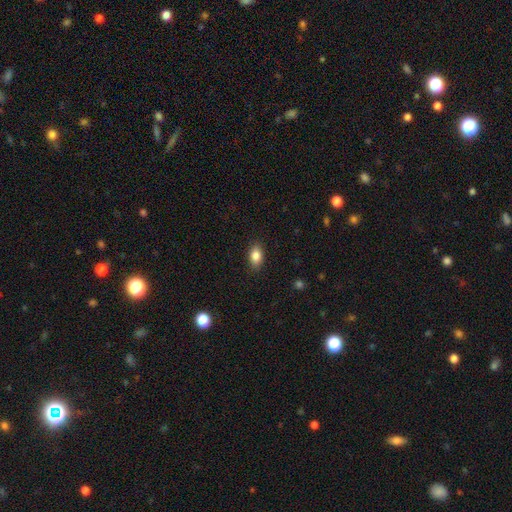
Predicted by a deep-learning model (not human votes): A smooth galaxy with no disk features (85%) that is in between round and cigar-shaped (88%).

Vote fractions:
- Smooth or featured? smooth: 85% / star or artifact: 8% / featured or disk: 7%
- How rounded? in between: 88% / round: 10% / cigar-shaped: 2%
- Merging? none: 88% / minor disturbance: 9% / major disturbance: 2% / merger: 1%